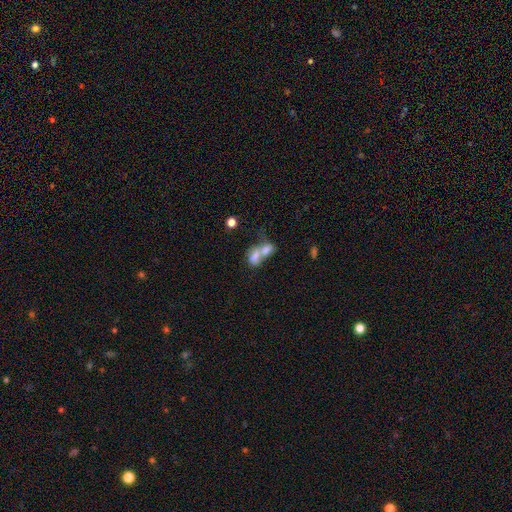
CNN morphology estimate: smooth_or_featured: smooth (p=0.71) [alt: featured or disk p=0.19]
how_rounded: in between (p=0.78) [alt: round p=0.19]
merging: merger (p=0.75) [alt: none p=0.14]